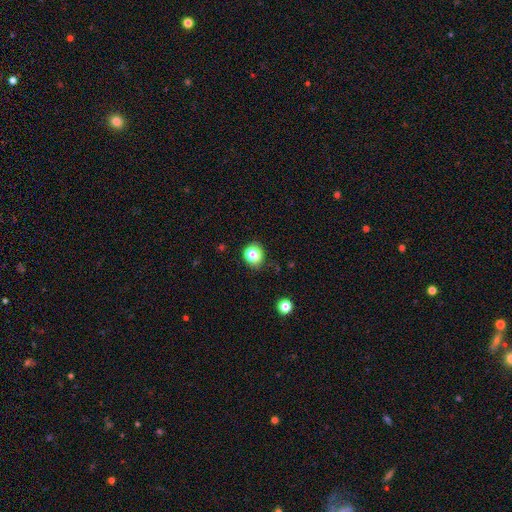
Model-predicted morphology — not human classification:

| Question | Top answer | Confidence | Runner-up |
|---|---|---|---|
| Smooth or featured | smooth | 81% | star or artifact (12%) |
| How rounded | round | 75% | in between (24%) |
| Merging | none | 84% | minor disturbance (12%) |